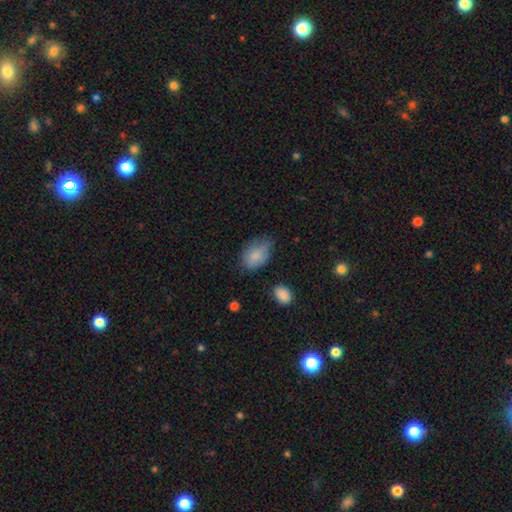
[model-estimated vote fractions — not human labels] smooth 82%, featured or disk 11%, star or artifact 8%. Down the decision tree: how rounded — in between (86%); merging — none (53%).